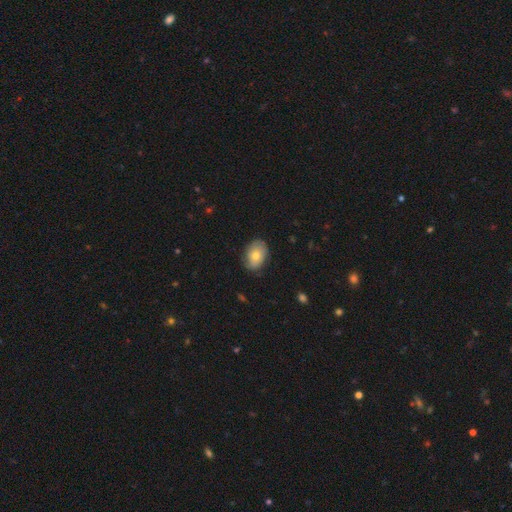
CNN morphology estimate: smooth-or-featured: smooth: 70% | featured or disk: 23% | star or artifact: 7%
  how-rounded: in between: 78% | round: 21% | cigar-shaped: 1%
  merging: none: 78% | minor disturbance: 18% | major disturbance: 3% | merger: 1%